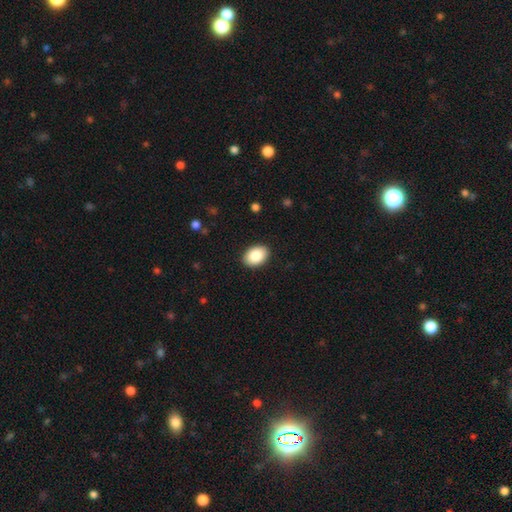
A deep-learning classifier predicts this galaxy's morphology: This is clearly a smooth galaxy (87%). How rounded: clearly in between (85%). Merging: clearly none (90%).